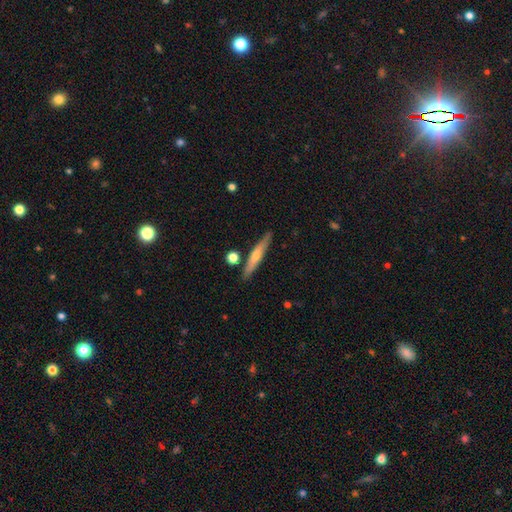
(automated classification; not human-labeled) A smooth galaxy with no disk features (48%).

Vote fractions:
- Smooth or featured? smooth: 48% / featured or disk: 46% / star or artifact: 6%
- Merging? none: 84% / minor disturbance: 10% / merger: 4% / major disturbance: 2%